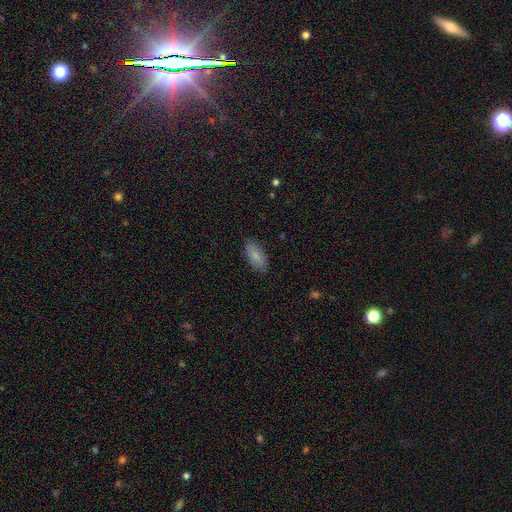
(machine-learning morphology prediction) A smooth galaxy with no disk features (85%) that is in between round and cigar-shaped (89%).

Vote fractions:
- Smooth or featured? smooth: 85% / featured or disk: 9% / star or artifact: 6%
- How rounded? in between: 89% / cigar-shaped: 9% / round: 2%
- Merging? none: 85% / minor disturbance: 11% / major disturbance: 3% / merger: 1%